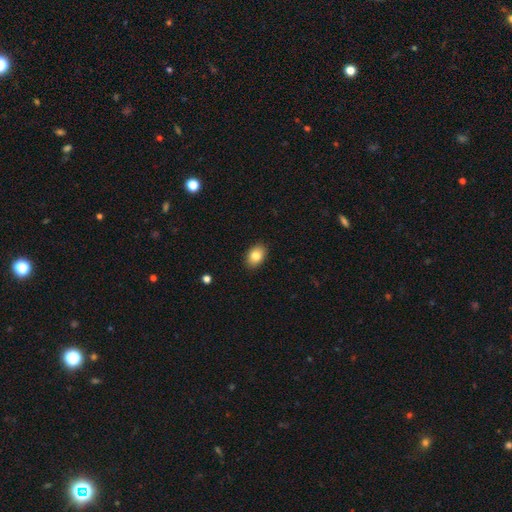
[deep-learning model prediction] Morphology: type=smooth (84%); roundness=in between (80%); merging=none (89%).